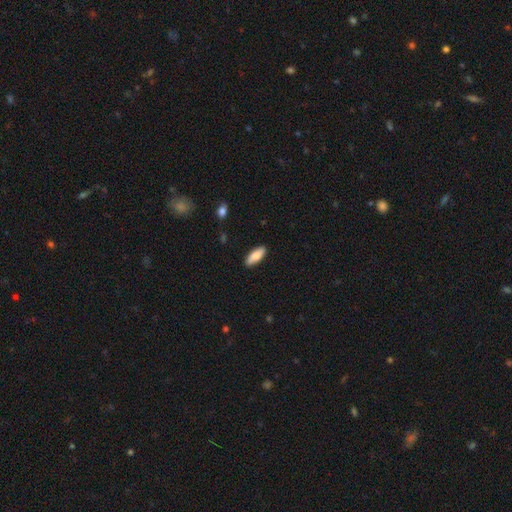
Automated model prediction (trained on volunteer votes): A smooth galaxy with no disk features (81%) that is in between round and cigar-shaped (72%). Merging: none (89%).